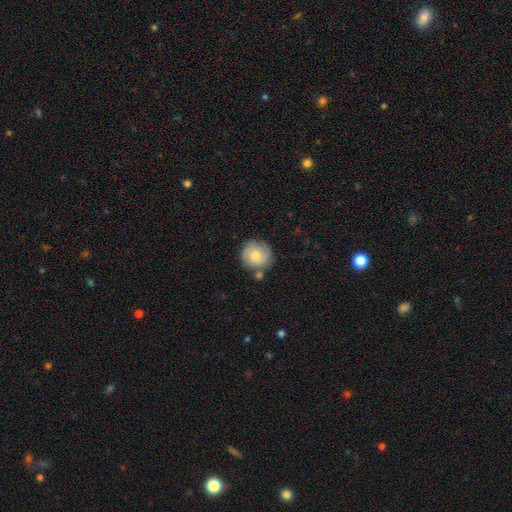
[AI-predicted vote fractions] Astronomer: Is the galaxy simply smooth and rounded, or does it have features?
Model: smooth — 69%.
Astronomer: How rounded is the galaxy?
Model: round — 93%.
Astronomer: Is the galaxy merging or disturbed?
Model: none — 73%.